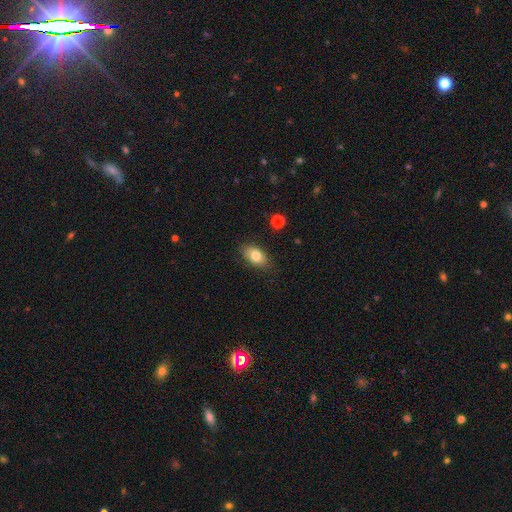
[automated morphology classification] Q: Smooth or featured?
A: smooth (79%); runner-up: featured or disk (13%)
Q: How rounded?
A: in between (89%); runner-up: round (9%)
Q: Merging?
A: none (83%); runner-up: minor disturbance (13%)